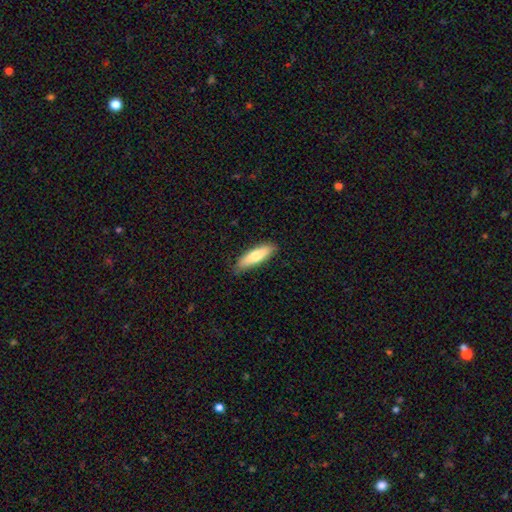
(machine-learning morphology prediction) A smooth galaxy with no disk features (72%) that is cigar-shaped (61%).

Vote fractions:
- Smooth or featured? smooth: 72% / featured or disk: 23% / star or artifact: 6%
- How rounded? cigar-shaped: 61% / in between: 37% / round: 2%
- Merging? none: 85% / minor disturbance: 12% / major disturbance: 2% / merger: 1%